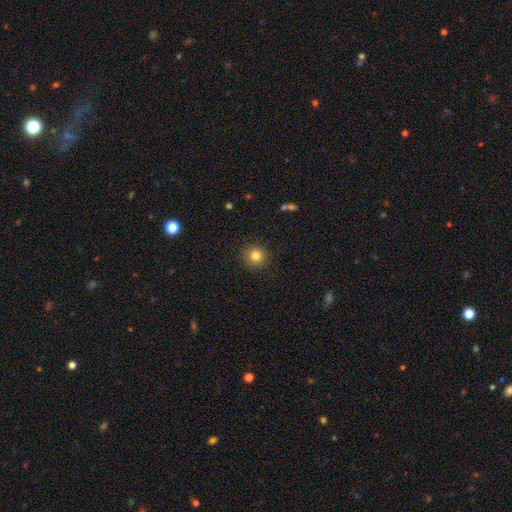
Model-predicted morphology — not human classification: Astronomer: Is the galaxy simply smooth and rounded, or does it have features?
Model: smooth — 82%.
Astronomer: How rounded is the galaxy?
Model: round — 93%.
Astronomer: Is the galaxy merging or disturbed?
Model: none — 91%.